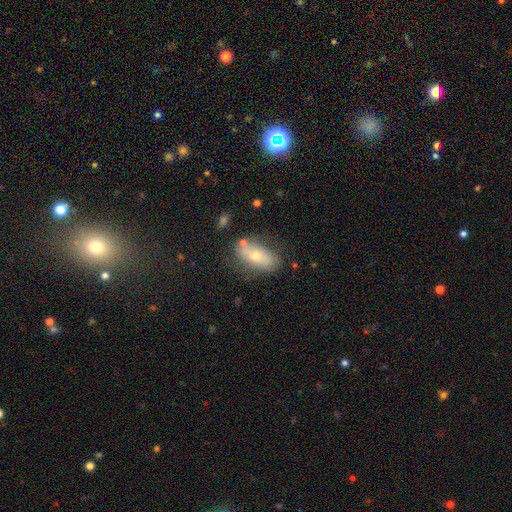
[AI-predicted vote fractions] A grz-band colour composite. It shows a smooth galaxy with no disk features (54%) that is in between round and cigar-shaped (87%). Merging: none (69%).